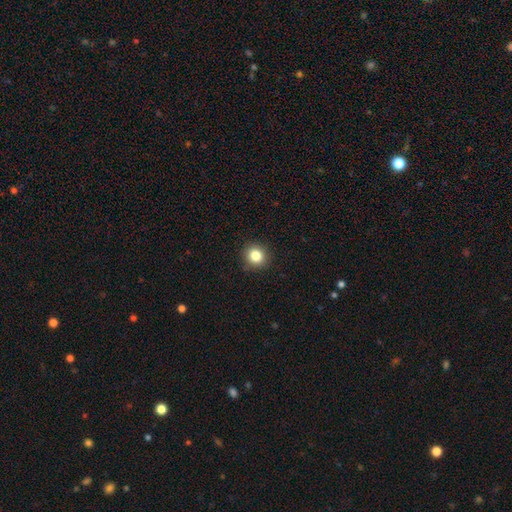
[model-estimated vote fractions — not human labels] Smooth or featured? Predicted: smooth (p=0.83). How rounded? Predicted: round (p=0.88). Merging? Predicted: none (p=0.91).